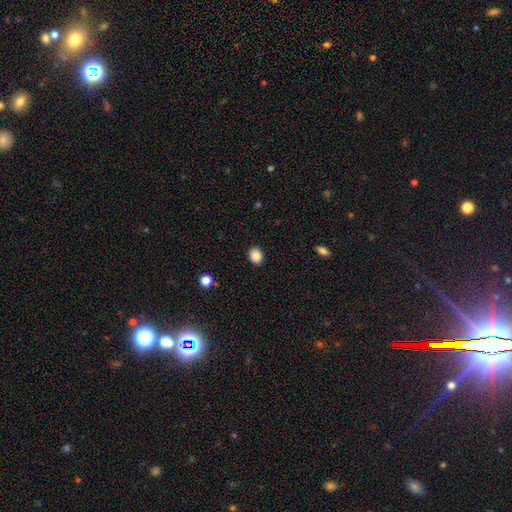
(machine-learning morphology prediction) This is clearly a smooth galaxy (87%). How rounded: likely round (61%). Merging: clearly none (91%).